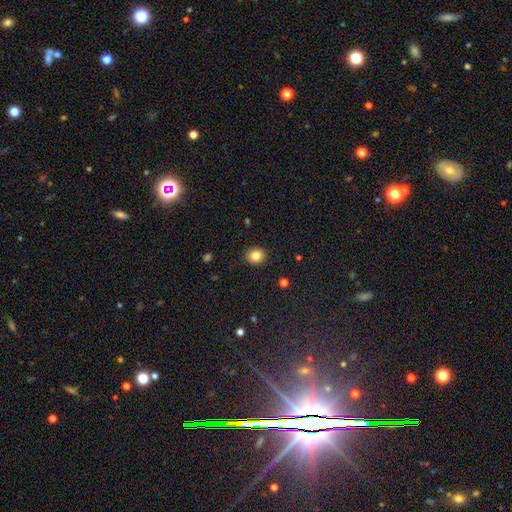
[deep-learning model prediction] Q: Smooth or featured?
A: smooth (83%); runner-up: star or artifact (11%)
Q: How rounded?
A: round (80%); runner-up: in between (19%)
Q: Merging?
A: none (91%); runner-up: minor disturbance (6%)